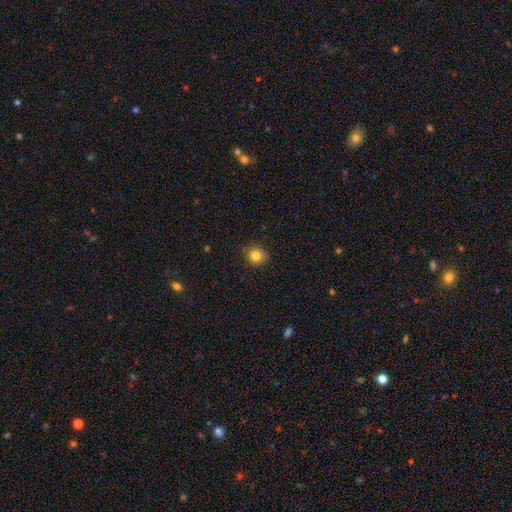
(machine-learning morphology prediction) A smooth galaxy with no disk features (82%) that is round (85%).

Vote fractions:
- Smooth or featured? smooth: 82% / star or artifact: 12% / featured or disk: 6%
- How rounded? round: 85% / in between: 14% / cigar-shaped: 1%
- Merging? none: 84% / minor disturbance: 13% / major disturbance: 2% / merger: 1%